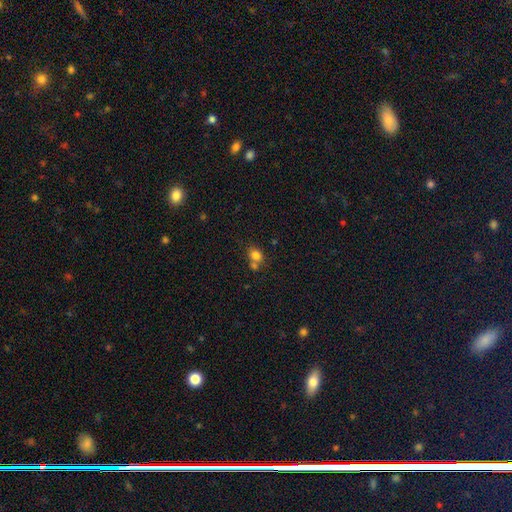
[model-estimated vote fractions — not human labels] The model was most divided on "merging": none: 50%, merger: 34%, minor disturbance: 11%, major disturbance: 4%. More confident: smooth or featured — smooth (80%); how rounded — round (65%).